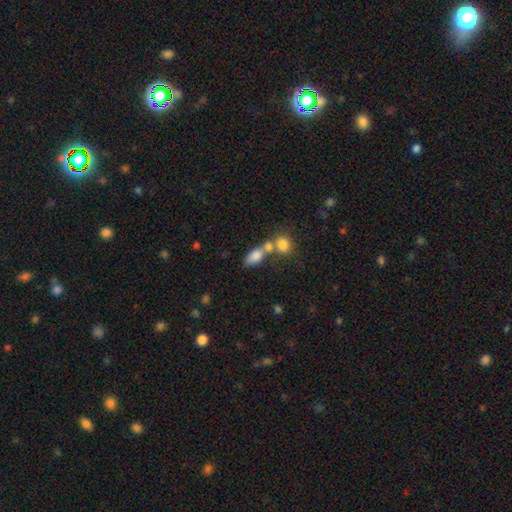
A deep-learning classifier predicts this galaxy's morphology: Smooth or featured?
  - smooth: 80% *
  - featured or disk: 12%
  - star or artifact: 9%
How rounded?
  - in between: 80% *
  - round: 13%
  - cigar-shaped: 7%
Merging?
  - merger: 48% *
  - none: 35%
  - minor disturbance: 11%
  - major disturbance: 6%